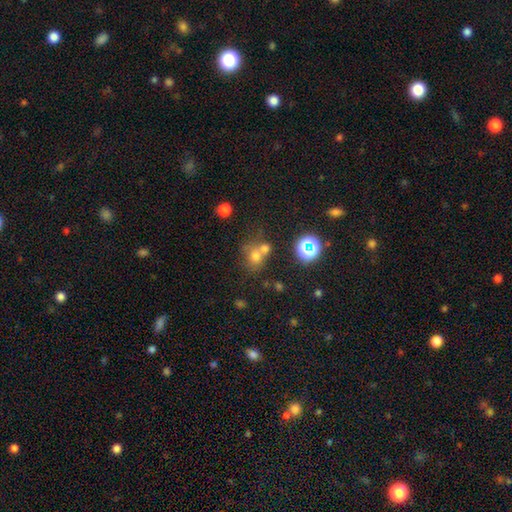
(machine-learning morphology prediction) The model was most divided on "merging": none: 43%, merger: 42%, minor disturbance: 10%, major disturbance: 6%. More confident: how rounded — round (72%); smooth or featured — smooth (61%).